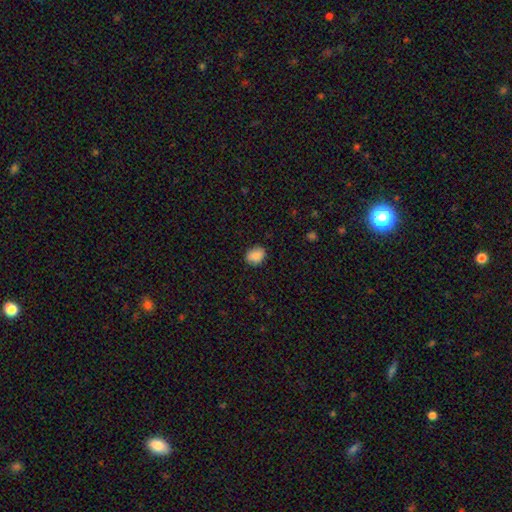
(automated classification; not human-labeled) Smooth or featured?
  - smooth: 87% *
  - star or artifact: 8%
  - featured or disk: 5%
How rounded?
  - in between: 56% *
  - round: 43%
  - cigar-shaped: 1%
Merging?
  - none: 84% *
  - minor disturbance: 12%
  - major disturbance: 3%
  - merger: 1%